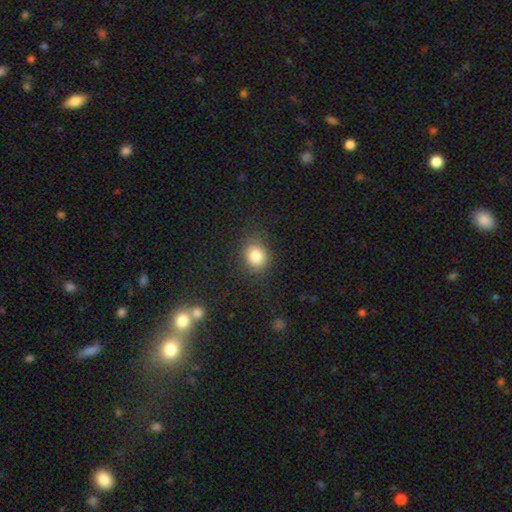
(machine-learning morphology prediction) Overall: smooth (83%). How rounded: round (69%; in between 30%). Merging: none (81%).